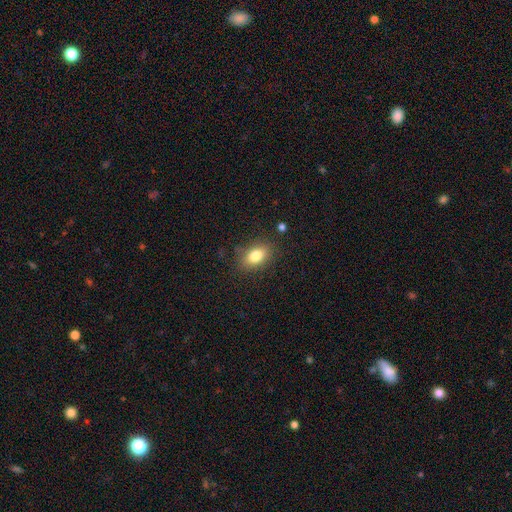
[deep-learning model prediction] This is clearly a smooth galaxy (81%). How rounded: clearly in between (83%). Merging: clearly none (82%).